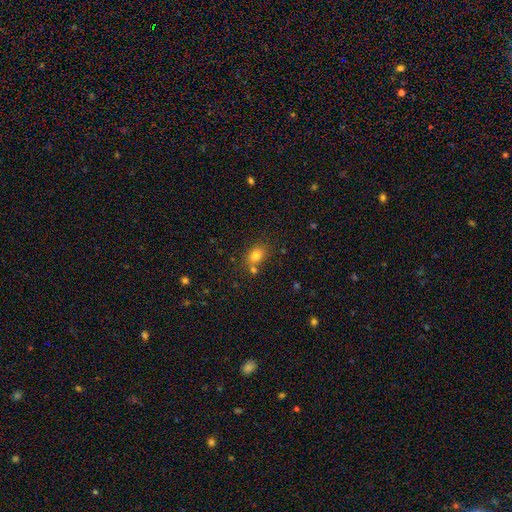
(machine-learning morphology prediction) smooth-or-featured: smooth: 79% | star or artifact: 12% | featured or disk: 9%
  how-rounded: in between: 60% | round: 38% | cigar-shaped: 1%
  merging: none: 60% | merger: 21% | minor disturbance: 14% | major disturbance: 5%